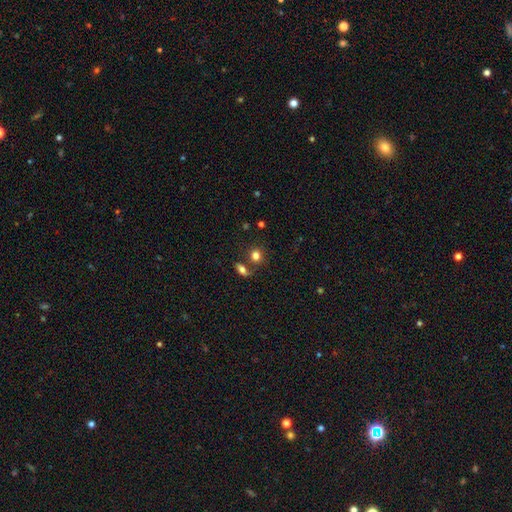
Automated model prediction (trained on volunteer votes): Smooth or featured: smooth — 79% (star or artifact — 12%)
How rounded: round — 73% (in between — 25%)
Merging: none — 62% (merger — 23%)